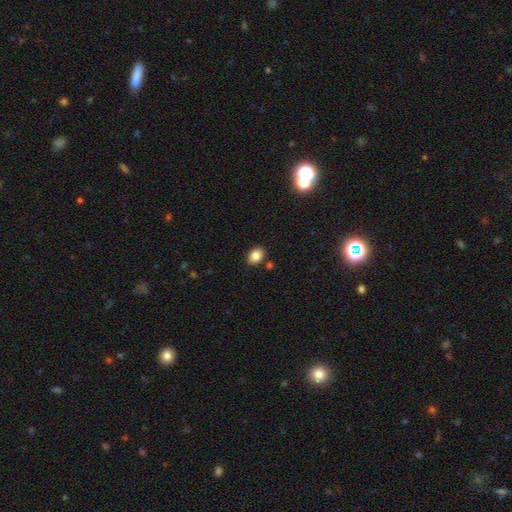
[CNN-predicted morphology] Overall: smooth (85%). How rounded: in between (71%). Merging: none (83%).